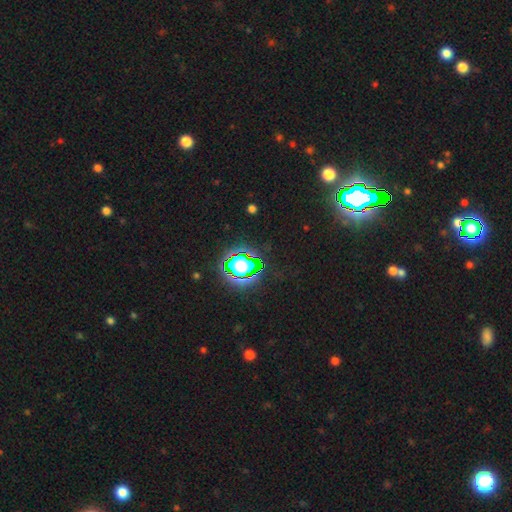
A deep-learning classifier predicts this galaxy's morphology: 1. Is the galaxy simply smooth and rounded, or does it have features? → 83% star or artifact, 10% smooth, 7% featured or disk.